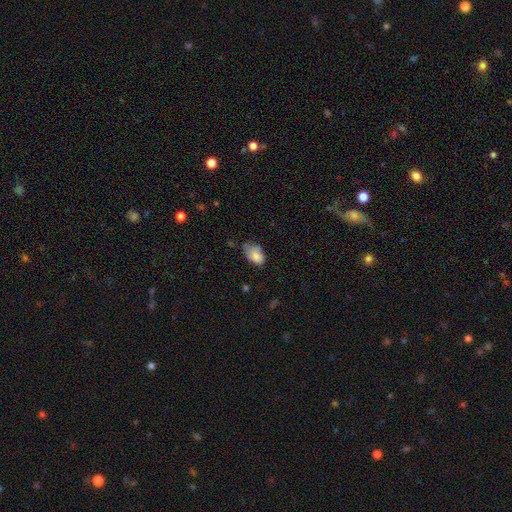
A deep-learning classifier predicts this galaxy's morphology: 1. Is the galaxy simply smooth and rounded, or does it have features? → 78% smooth, 13% featured or disk, 9% star or artifact.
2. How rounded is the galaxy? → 89% in between, 10% round, 1% cigar-shaped.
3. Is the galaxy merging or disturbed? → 41% none, 40% minor disturbance, 15% major disturbance, 4% merger.